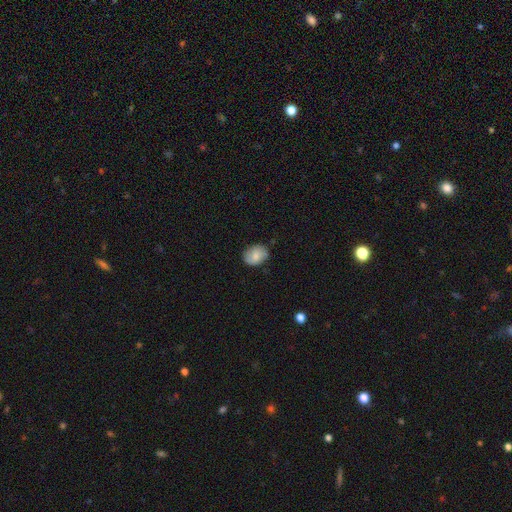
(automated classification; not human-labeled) Smooth or featured: smooth — 68% (featured or disk — 24%)
How rounded: in between — 58% (round — 41%)
Merging: none — 77% (minor disturbance — 18%)